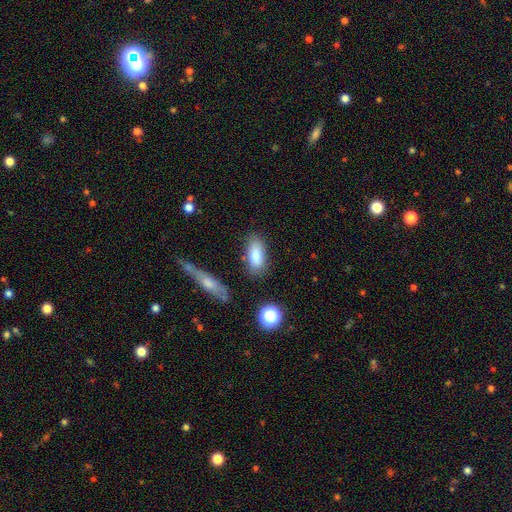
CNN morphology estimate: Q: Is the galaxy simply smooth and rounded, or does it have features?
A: smooth — 81%.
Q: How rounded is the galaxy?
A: in between — 84%.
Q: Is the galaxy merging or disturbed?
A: none — 77%.